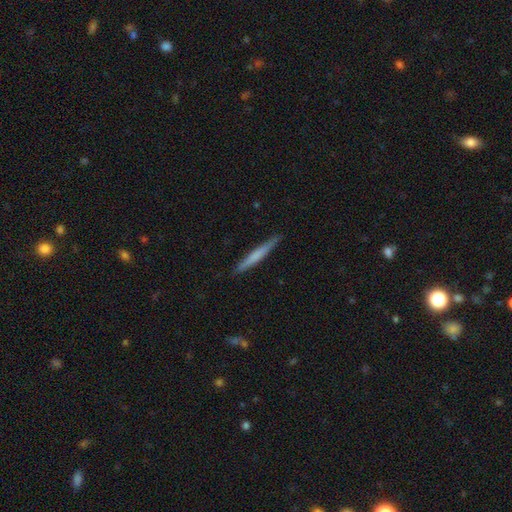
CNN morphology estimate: A smooth galaxy with no disk features (59%) that is cigar-shaped (96%).

Vote fractions:
- Smooth or featured? smooth: 59% / featured or disk: 36% / star or artifact: 5%
- How rounded? cigar-shaped: 96% / in between: 2% / round: 1%
- Merging? none: 90% / minor disturbance: 8% / major disturbance: 1% / merger: 1%